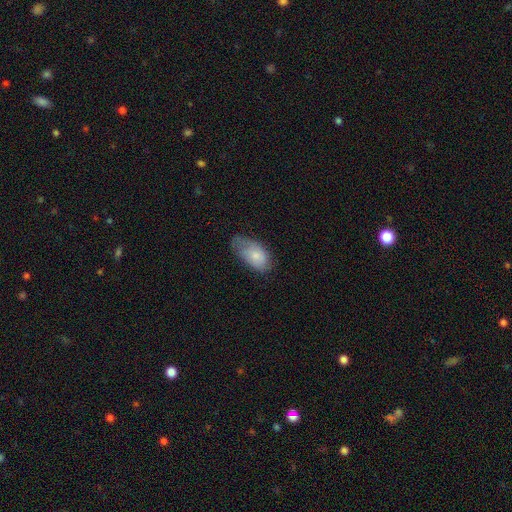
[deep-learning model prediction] Q: Smooth or featured?
A: smooth (74%); runner-up: featured or disk (20%)
Q: How rounded?
A: in between (93%); runner-up: round (4%)
Q: Merging?
A: none (44%); runner-up: minor disturbance (40%)